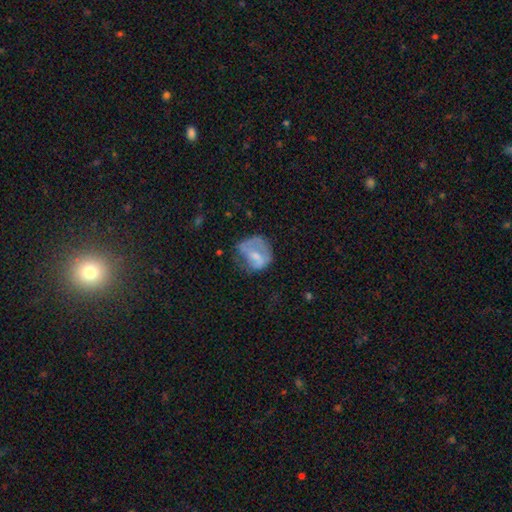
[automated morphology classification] A smooth galaxy with no disk features (50%) that is round (64%). Merging: none (37%).